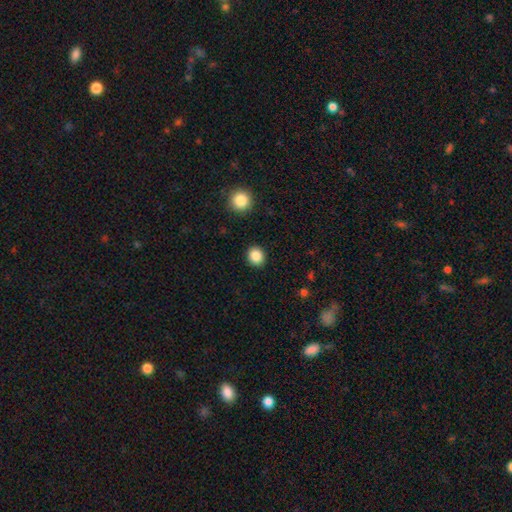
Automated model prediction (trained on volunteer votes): Overall: smooth (86%). How rounded: round (83%). Merging: none (91%).